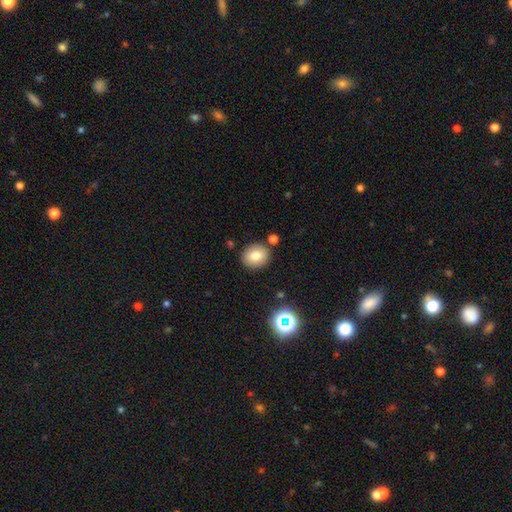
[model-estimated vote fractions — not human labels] This appears to be a smooth galaxy with no disk features (76%) that is round (68%). Merging: none (84%).